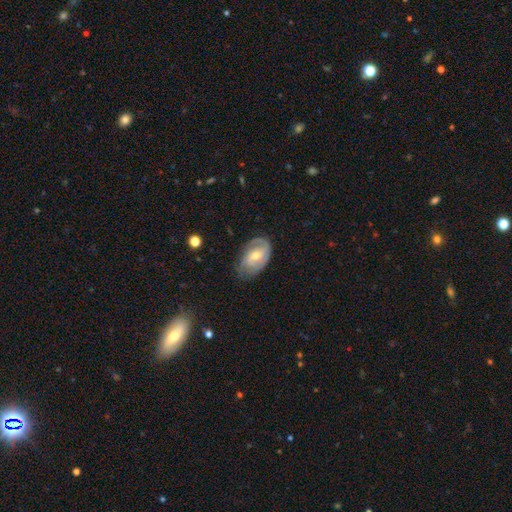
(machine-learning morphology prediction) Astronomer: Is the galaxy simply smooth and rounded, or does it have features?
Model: featured or disk — 76%.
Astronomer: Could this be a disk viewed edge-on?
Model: no — 96%.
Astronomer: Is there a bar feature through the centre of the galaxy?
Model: no — 49% (runner-up: weak, 41%).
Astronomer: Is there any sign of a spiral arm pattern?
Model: yes — 89%.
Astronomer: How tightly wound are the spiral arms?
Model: tight — 53% (runner-up: medium, 35%).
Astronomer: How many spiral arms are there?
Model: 2 — 51%.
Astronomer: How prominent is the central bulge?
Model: moderate — 54% (runner-up: small, 42%).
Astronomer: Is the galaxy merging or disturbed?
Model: none — 64%.